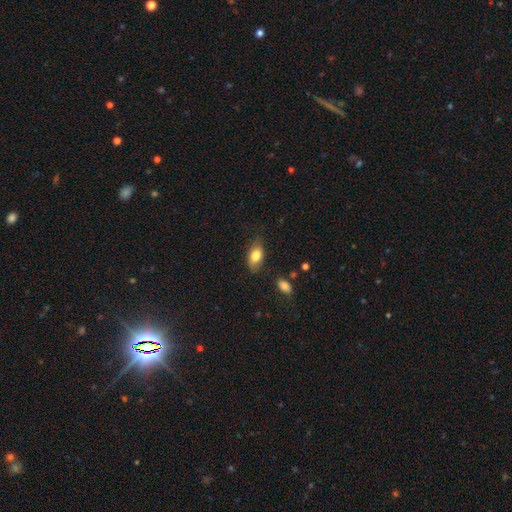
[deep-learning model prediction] smooth_or_featured: smooth (p=0.78) [alt: featured or disk p=0.15]
how_rounded: in between (p=0.89) [alt: round p=0.06]
merging: none (p=0.75) [alt: minor disturbance p=0.19]